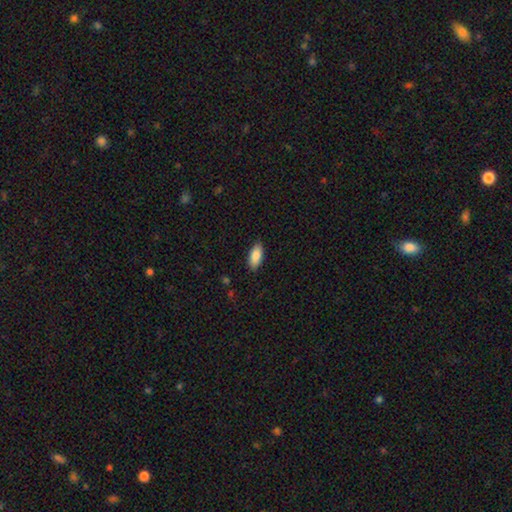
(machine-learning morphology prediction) smooth-or-featured: smooth: 88% | star or artifact: 6% | featured or disk: 6%
  how-rounded: in between: 88% | cigar-shaped: 10% | round: 2%
  merging: none: 88% | minor disturbance: 9% | major disturbance: 2% | merger: 1%